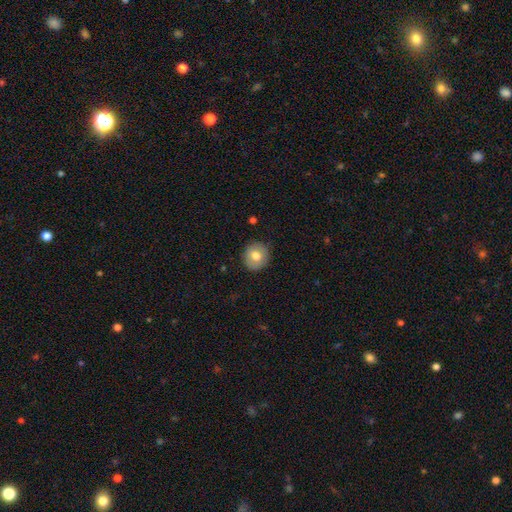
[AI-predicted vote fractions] Smooth or featured: smooth — 74% (featured or disk — 18%)
How rounded: round — 86% (in between — 13%)
Merging: none — 89% (minor disturbance — 8%)